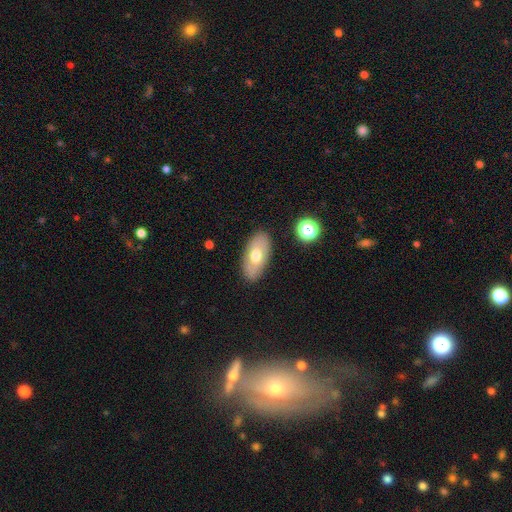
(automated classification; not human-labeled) This is likely a smooth galaxy (63%). How rounded: clearly in between (91%). Merging: clearly none (86%).